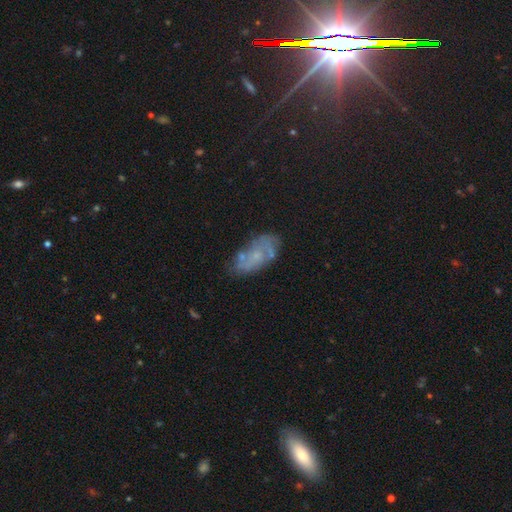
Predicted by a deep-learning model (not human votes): Smooth or featured? featured or disk (53%)
Edge-on disk? no (93%)
Merging? none (59%)